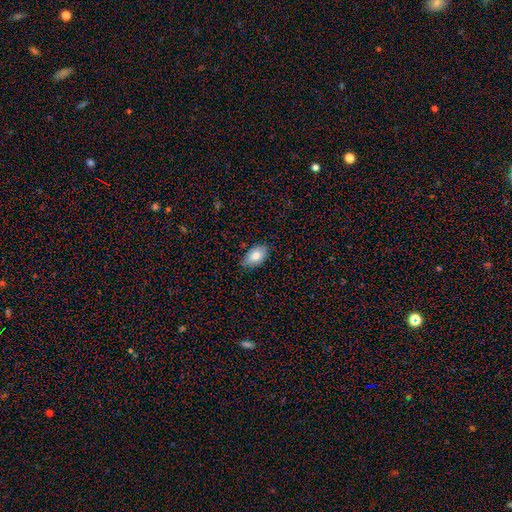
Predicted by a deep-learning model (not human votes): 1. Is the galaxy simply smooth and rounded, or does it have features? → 80% smooth, 13% featured or disk, 7% star or artifact.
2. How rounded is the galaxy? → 91% in between, 7% round, 2% cigar-shaped.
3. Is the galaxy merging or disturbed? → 82% none, 15% minor disturbance, 2% major disturbance, 1% merger.